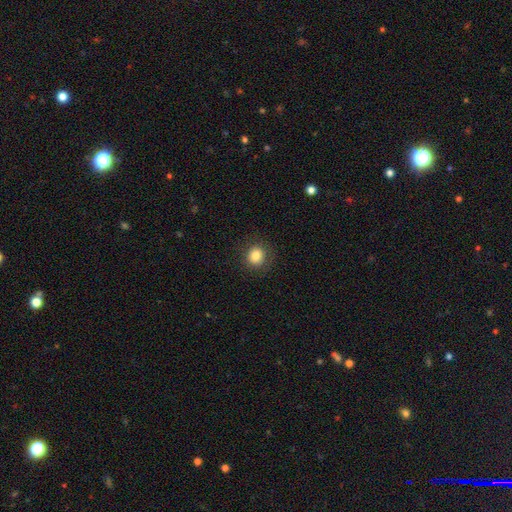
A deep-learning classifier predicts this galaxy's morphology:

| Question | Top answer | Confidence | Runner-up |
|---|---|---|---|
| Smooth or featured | smooth | 82% | star or artifact (11%) |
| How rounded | round | 88% | in between (11%) |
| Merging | none | 87% | minor disturbance (8%) |